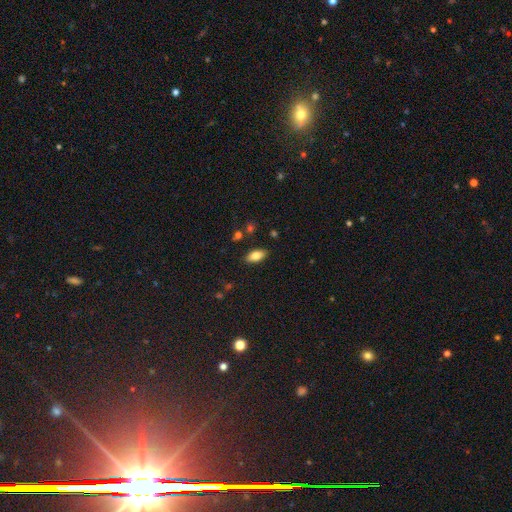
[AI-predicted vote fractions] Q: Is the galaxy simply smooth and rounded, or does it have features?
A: smooth — 81%.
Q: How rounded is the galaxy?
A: in between — 90%.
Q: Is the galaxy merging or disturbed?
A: none — 86%.